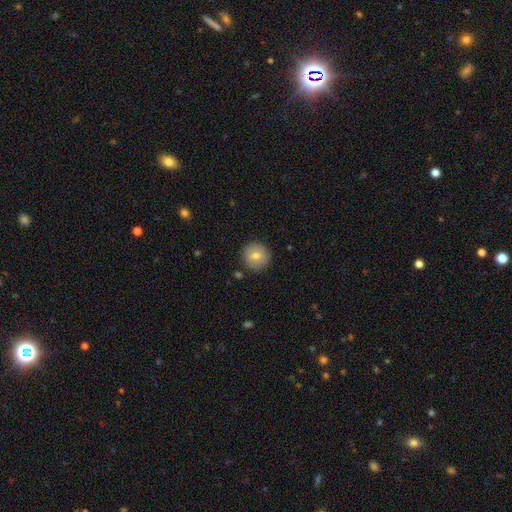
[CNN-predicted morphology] Smooth or featured?
  - smooth: 73% *
  - featured or disk: 18%
  - star or artifact: 9%
How rounded?
  - round: 94% *
  - in between: 5%
  - cigar-shaped: 1%
Merging?
  - none: 89% *
  - minor disturbance: 7%
  - major disturbance: 2%
  - merger: 1%